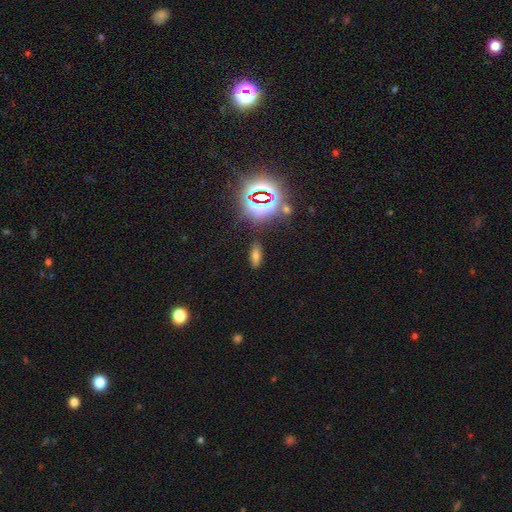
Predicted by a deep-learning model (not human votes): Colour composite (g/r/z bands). It shows a smooth galaxy with no disk features (62%) that is in between round and cigar-shaped (73%). Merging: none (84%).